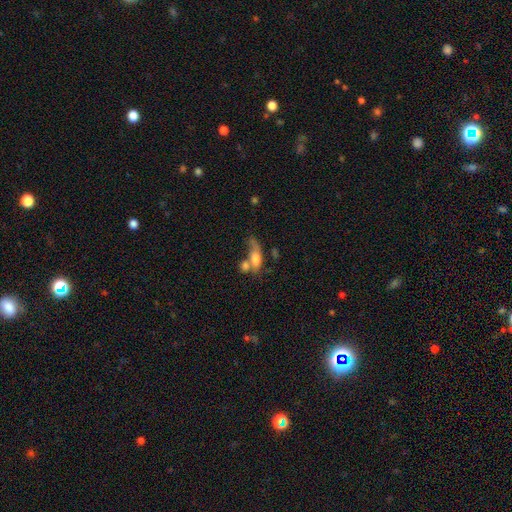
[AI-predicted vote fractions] This is possibly a smooth galaxy (51%). How rounded: likely in between (63%). Merging: marginally merger (41%).